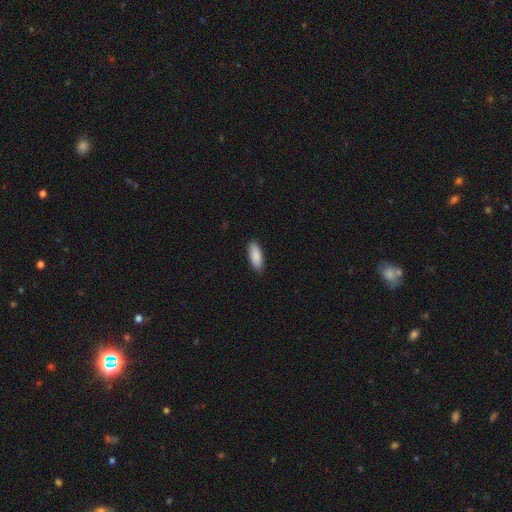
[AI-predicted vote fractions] Overall: smooth (90%). How rounded: in between (73%). Merging: none (89%).